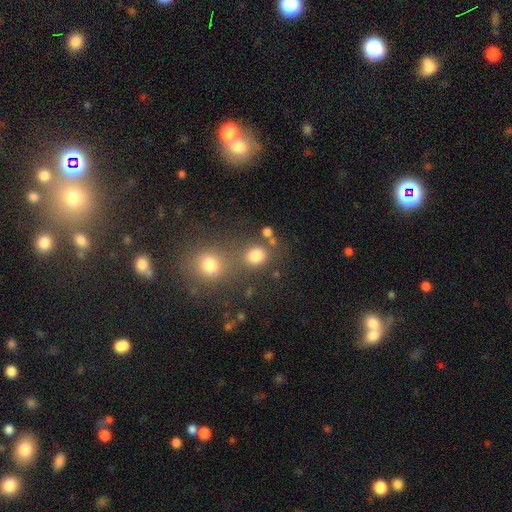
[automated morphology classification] smooth_or_featured: smooth (p=0.79) [alt: star or artifact p=0.15]
how_rounded: round (p=0.72) [alt: in between p=0.27]
merging: none (p=0.60) [alt: merger p=0.25]